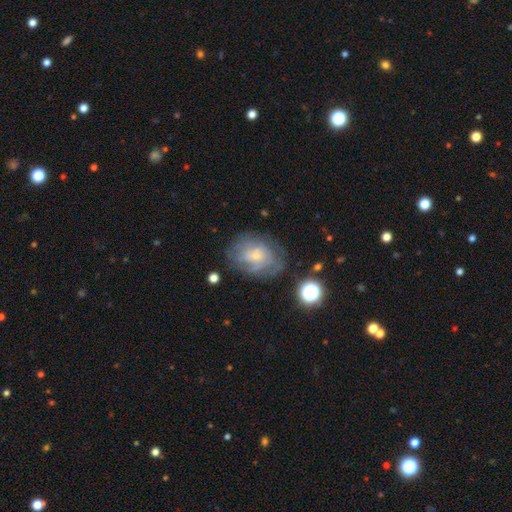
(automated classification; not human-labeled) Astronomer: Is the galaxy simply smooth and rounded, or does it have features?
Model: featured or disk — 57% (runner-up: smooth, 33%).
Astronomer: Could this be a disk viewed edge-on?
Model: no — 97%.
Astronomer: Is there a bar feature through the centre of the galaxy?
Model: no — 77%.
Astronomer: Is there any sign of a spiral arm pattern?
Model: yes — 69%.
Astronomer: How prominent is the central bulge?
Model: small — 71%.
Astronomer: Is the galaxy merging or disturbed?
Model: none — 64%.